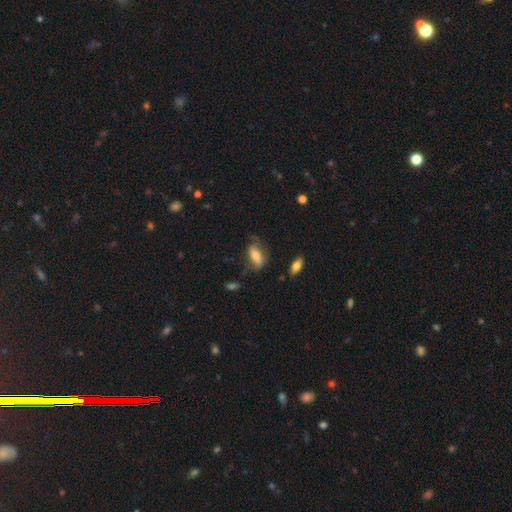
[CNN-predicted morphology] smooth 62%, featured or disk 30%, star or artifact 8%. Down the decision tree: how rounded — in between (81%); merging — none (48%).